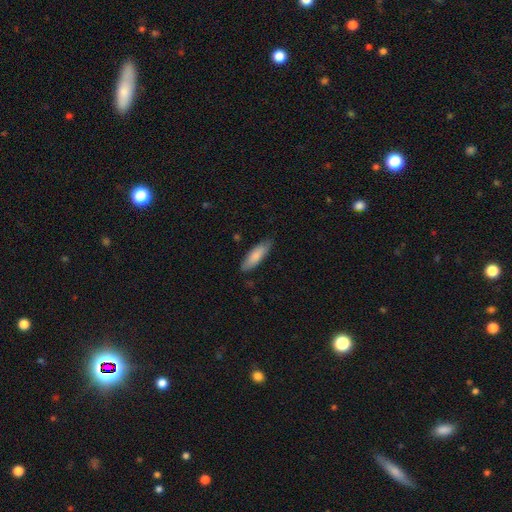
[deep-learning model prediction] This appears to be a smooth galaxy with no disk features (83%) that is cigar-shaped (52%). Merging: none (83%).